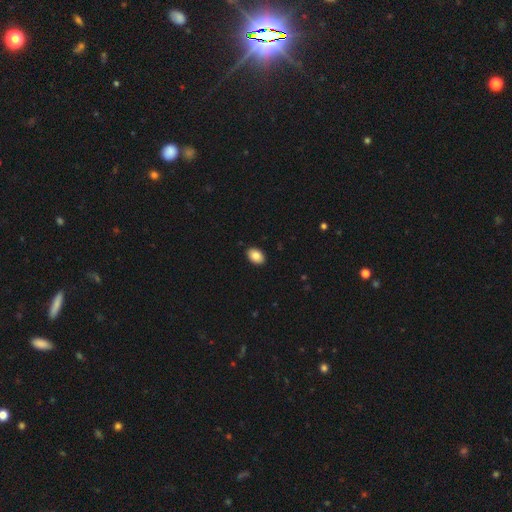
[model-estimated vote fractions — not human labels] smooth_or_featured: smooth (p=0.86) [alt: star or artifact p=0.07]
how_rounded: in between (p=0.87) [alt: round p=0.12]
merging: none (p=0.91) [alt: minor disturbance p=0.06]